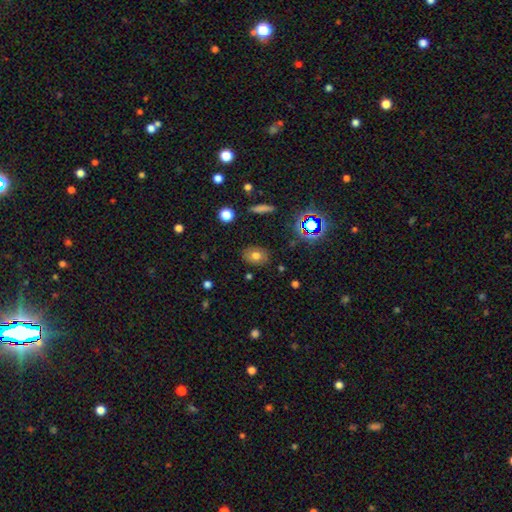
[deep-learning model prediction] Morphology: type=smooth (69%); roundness=in between (68%); merging=none (83%).